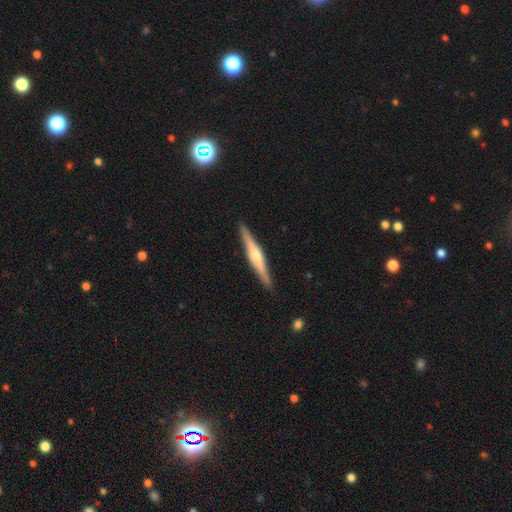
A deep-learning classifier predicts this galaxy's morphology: Smooth or featured: featured or disk — 70% (smooth — 25%)
Edge-on disk: yes — 98% (no — 2%)
Edge-on bulge: rounded — 85% (boxy — 8%)
Merging: none — 91% (minor disturbance — 6%)